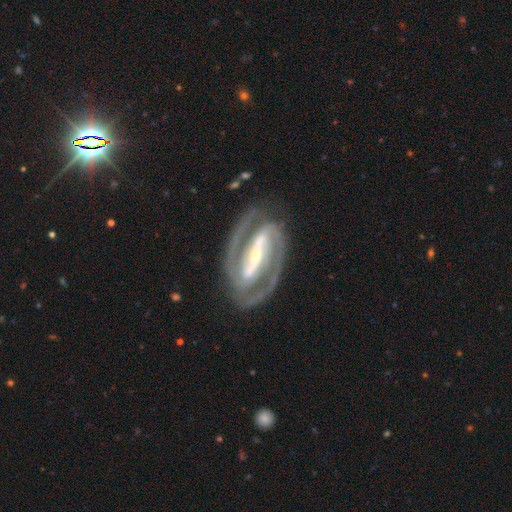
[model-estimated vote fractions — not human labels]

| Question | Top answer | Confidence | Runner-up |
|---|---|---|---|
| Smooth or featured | featured or disk | 93% | star or artifact (4%) |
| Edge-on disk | no | 96% | yes (4%) |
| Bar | strong | 83% | weak (12%) |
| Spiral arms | yes | 98% | no (2%) |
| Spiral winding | tight | 53% | medium (41%) |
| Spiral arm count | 2 | 93% | can't tell (2%) |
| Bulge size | small | 55% | moderate (34%) |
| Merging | none | 83% | minor disturbance (11%) |